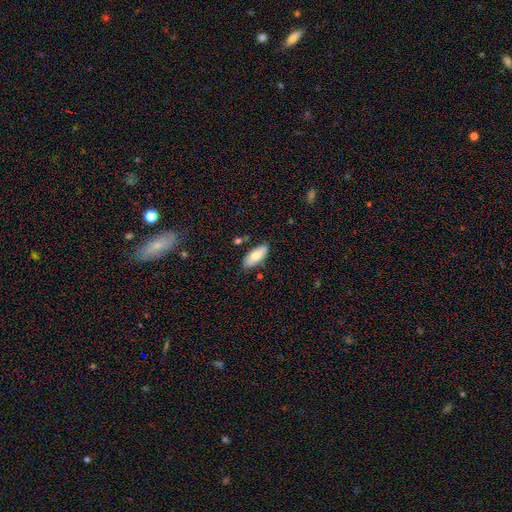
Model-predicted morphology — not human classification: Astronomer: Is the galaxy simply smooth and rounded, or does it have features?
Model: smooth — 76%.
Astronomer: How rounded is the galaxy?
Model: in between — 86%.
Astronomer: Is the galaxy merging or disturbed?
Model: none — 81%.